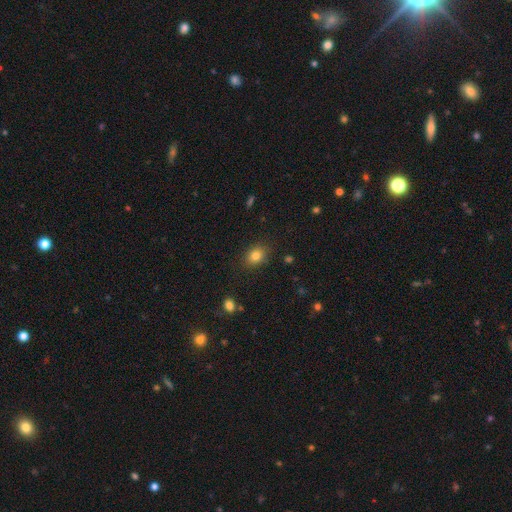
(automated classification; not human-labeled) Smooth or featured? smooth (82%)
How rounded? in between (58%)
Merging? none (85%)